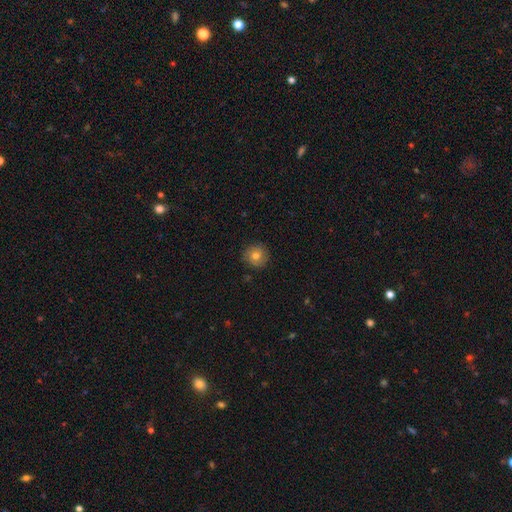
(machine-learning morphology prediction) Smooth or featured? Predicted: smooth (p=0.73). How rounded? Predicted: round (p=0.93). Merging? Predicted: none (p=0.86).